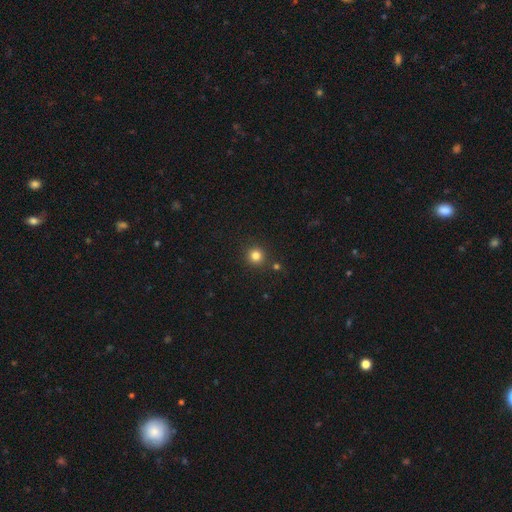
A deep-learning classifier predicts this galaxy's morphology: smooth-or-featured: smooth: 81% | star or artifact: 14% | featured or disk: 5%
  how-rounded: round: 94% | in between: 5% | cigar-shaped: 1%
  merging: none: 88% | minor disturbance: 6% | merger: 4% | major disturbance: 2%